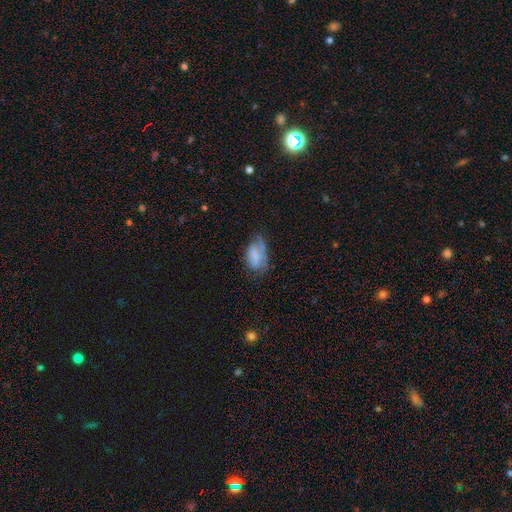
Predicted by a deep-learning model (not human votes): smooth_or_featured: smooth (p=0.60) [alt: featured or disk p=0.30]
how_rounded: in between (p=0.91) [alt: round p=0.05]
merging: none (p=0.38) [alt: minor disturbance p=0.34]